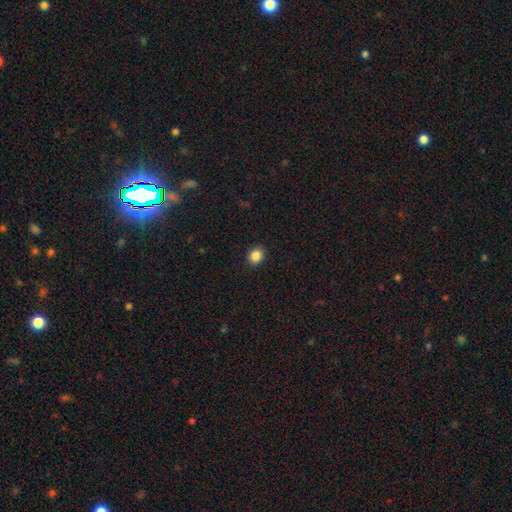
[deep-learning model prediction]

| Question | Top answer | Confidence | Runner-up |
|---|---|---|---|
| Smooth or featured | smooth | 86% | star or artifact (10%) |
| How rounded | round | 68% | in between (31%) |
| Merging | none | 92% | minor disturbance (6%) |